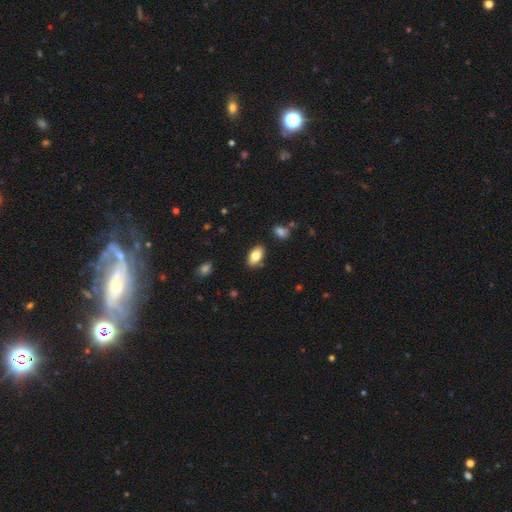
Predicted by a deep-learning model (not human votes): A smooth galaxy with no disk features (81%) that is in between round and cigar-shaped (93%).

Vote fractions:
- Smooth or featured? smooth: 81% / featured or disk: 12% / star or artifact: 7%
- How rounded? in between: 93% / round: 5% / cigar-shaped: 2%
- Merging? none: 84% / minor disturbance: 11% / merger: 3% / major disturbance: 2%